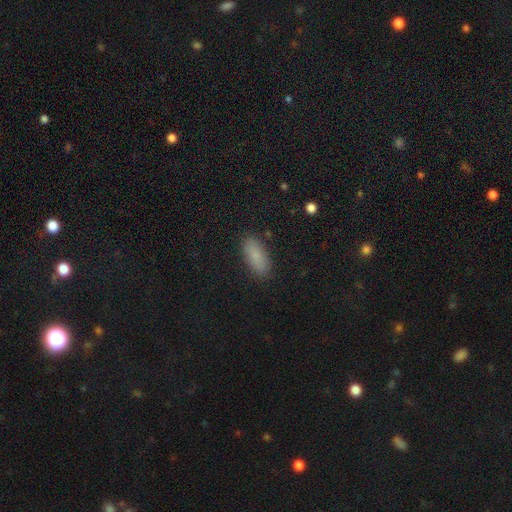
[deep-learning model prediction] smooth-or-featured: smooth: 84% | star or artifact: 9% | featured or disk: 7%
  how-rounded: in between: 84% | cigar-shaped: 13% | round: 3%
  merging: none: 88% | minor disturbance: 9% | major disturbance: 2% | merger: 1%